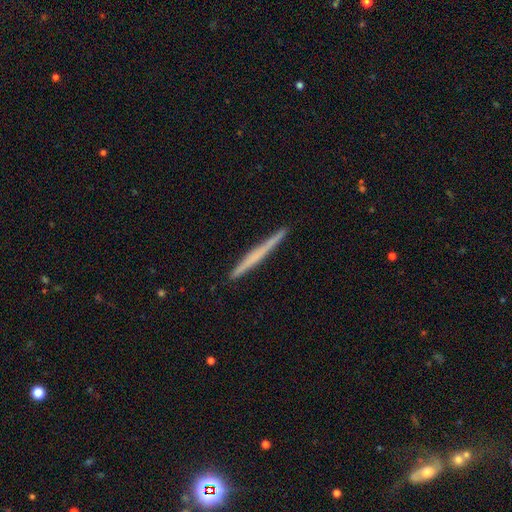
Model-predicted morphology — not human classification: Smooth or featured: featured or disk — 48% (smooth — 46%)
Merging: none — 91% (minor disturbance — 6%)